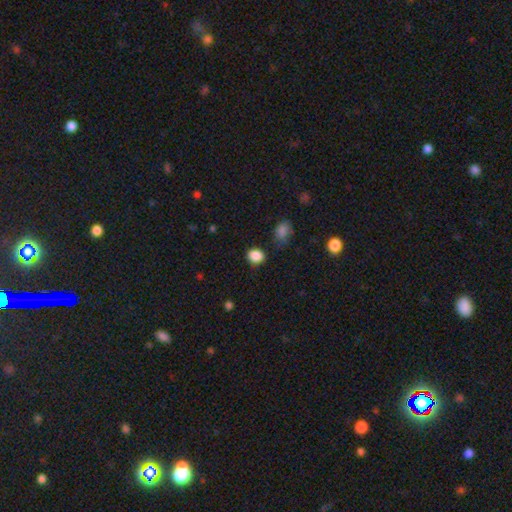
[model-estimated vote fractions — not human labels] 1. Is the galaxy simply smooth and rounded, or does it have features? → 87% smooth, 10% star or artifact, 3% featured or disk.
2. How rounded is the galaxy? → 63% round, 36% in between, 1% cigar-shaped.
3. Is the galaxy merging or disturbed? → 80% none, 14% minor disturbance, 3% major disturbance, 3% merger.